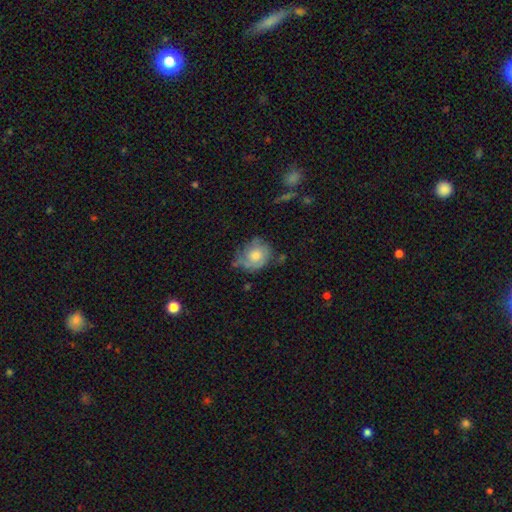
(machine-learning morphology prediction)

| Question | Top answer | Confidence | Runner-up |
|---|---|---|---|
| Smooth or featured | smooth | 51% | featured or disk (42%) |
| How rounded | round | 61% | in between (38%) |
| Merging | none | 48% | minor disturbance (34%) |